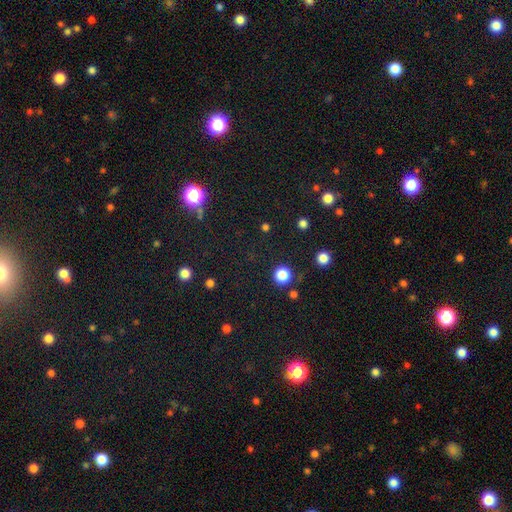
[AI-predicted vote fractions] The model was most divided on "smooth or featured": star or artifact: 66%, smooth: 26%, featured or disk: 8%.